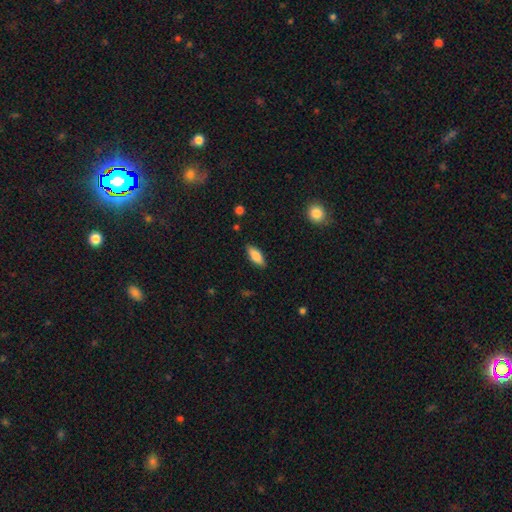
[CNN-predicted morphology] A smooth galaxy with no disk features (83%) that is in between round and cigar-shaped (76%).

Vote fractions:
- Smooth or featured? smooth: 83% / featured or disk: 11% / star or artifact: 6%
- How rounded? in between: 76% / cigar-shaped: 22% / round: 2%
- Merging? none: 86% / minor disturbance: 10% / major disturbance: 2% / merger: 1%